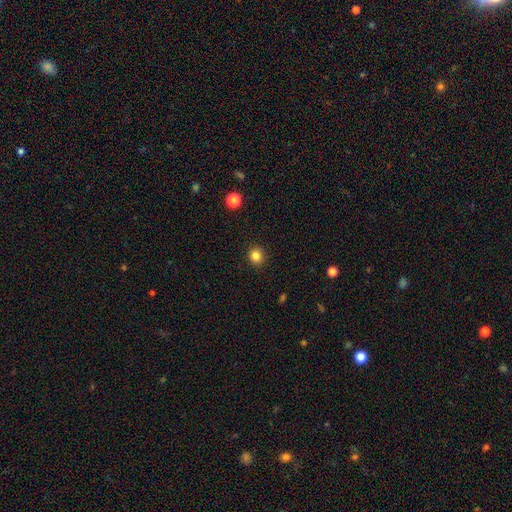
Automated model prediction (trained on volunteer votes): Overall: smooth (83%). How rounded: round (84%). Merging: none (91%).